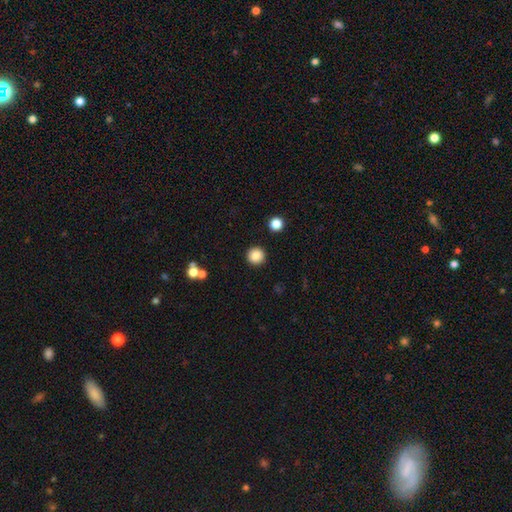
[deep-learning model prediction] Smooth or featured?
  - smooth: 86% *
  - star or artifact: 10%
  - featured or disk: 4%
How rounded?
  - round: 95% *
  - in between: 4%
  - cigar-shaped: 1%
Merging?
  - none: 92% *
  - minor disturbance: 5%
  - major disturbance: 2%
  - merger: 2%